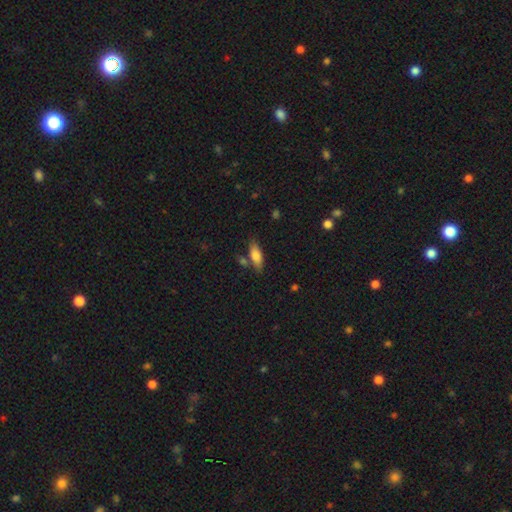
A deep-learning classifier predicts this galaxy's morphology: Smooth or featured? Predicted: smooth (p=0.77). How rounded? Predicted: in between (p=0.70). Merging? Predicted: none (p=0.71).